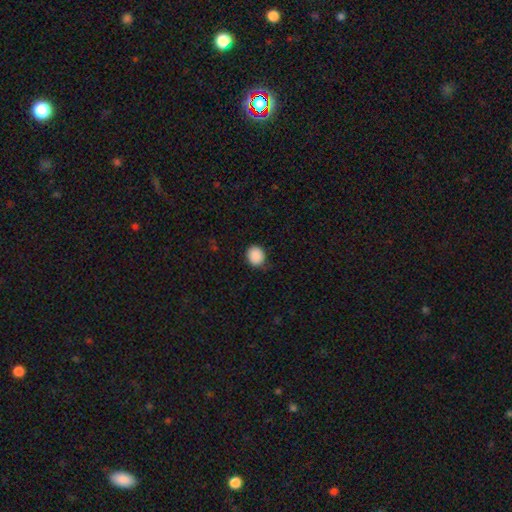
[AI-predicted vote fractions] A smooth galaxy with no disk features (89%) that is round (76%). Merging: none (79%).